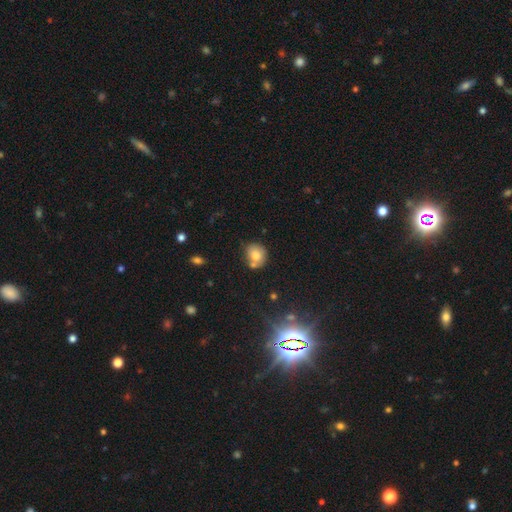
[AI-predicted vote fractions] smooth 77%, featured or disk 12%, star or artifact 11%. Down the decision tree: how rounded — round (70%); merging — none (56%).